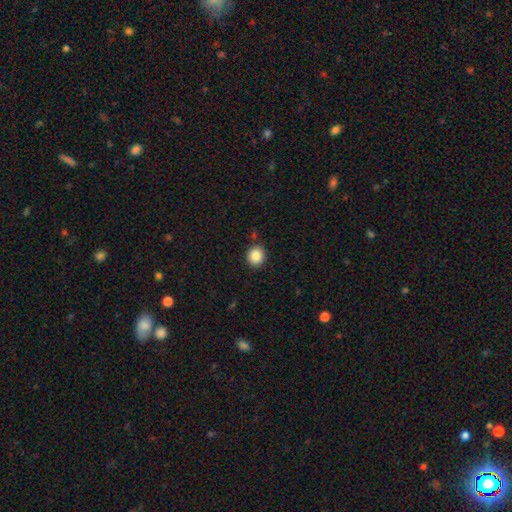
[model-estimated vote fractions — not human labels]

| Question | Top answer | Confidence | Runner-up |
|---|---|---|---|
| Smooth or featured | smooth | 87% | star or artifact (9%) |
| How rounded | round | 83% | in between (16%) |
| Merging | none | 87% | minor disturbance (8%) |